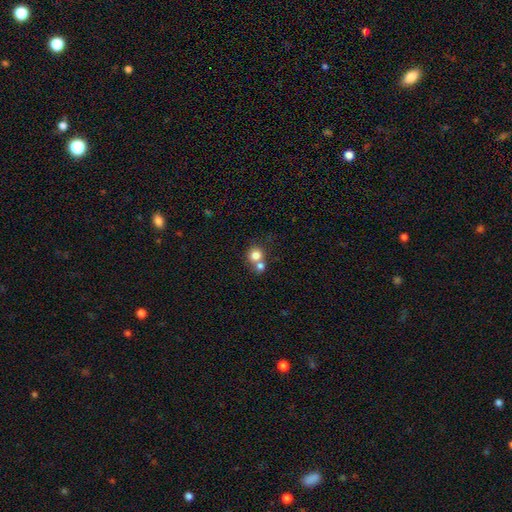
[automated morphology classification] Overall: smooth (80%). How rounded: round (87%). Merging: merger (48%; none 43%).